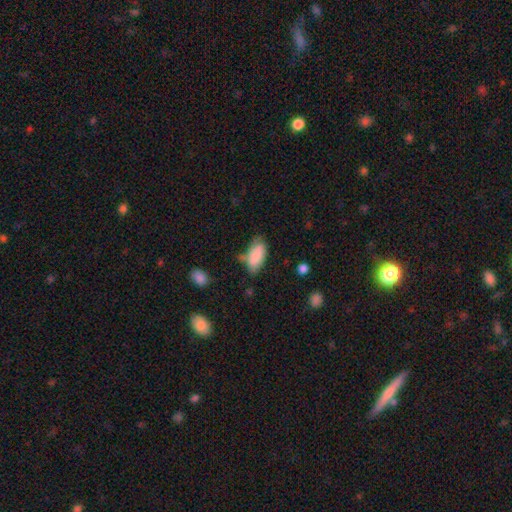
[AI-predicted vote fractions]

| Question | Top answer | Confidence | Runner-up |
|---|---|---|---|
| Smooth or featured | smooth | 84% | featured or disk (9%) |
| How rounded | in between | 89% | cigar-shaped (9%) |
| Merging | none | 49% | minor disturbance (33%) |